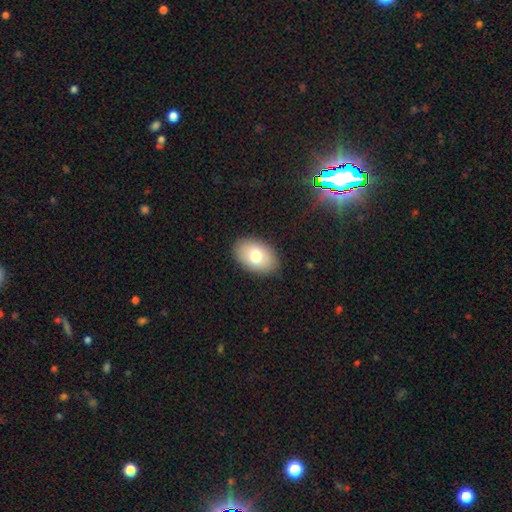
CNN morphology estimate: Smooth or featured?
  - smooth: 76% *
  - featured or disk: 17%
  - star or artifact: 8%
How rounded?
  - in between: 89% *
  - round: 10%
  - cigar-shaped: 1%
Merging?
  - none: 88% *
  - minor disturbance: 9%
  - major disturbance: 2%
  - merger: 1%